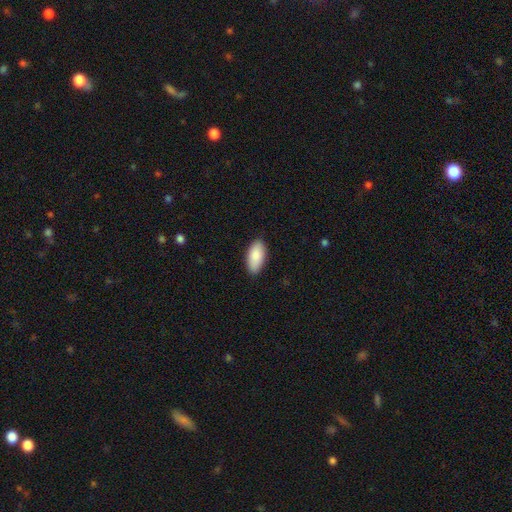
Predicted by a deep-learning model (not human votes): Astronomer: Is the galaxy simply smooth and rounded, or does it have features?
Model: smooth — 87%.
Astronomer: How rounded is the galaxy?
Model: in between — 93%.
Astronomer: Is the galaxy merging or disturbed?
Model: none — 88%.